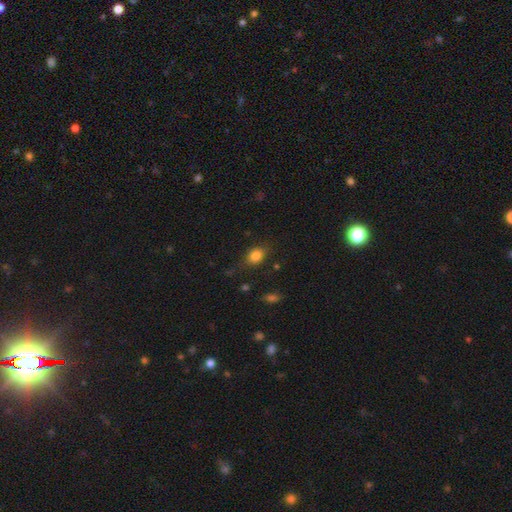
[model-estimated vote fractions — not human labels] Smooth or featured? smooth (81%)
How rounded? in between (61%)
Merging? none (72%)